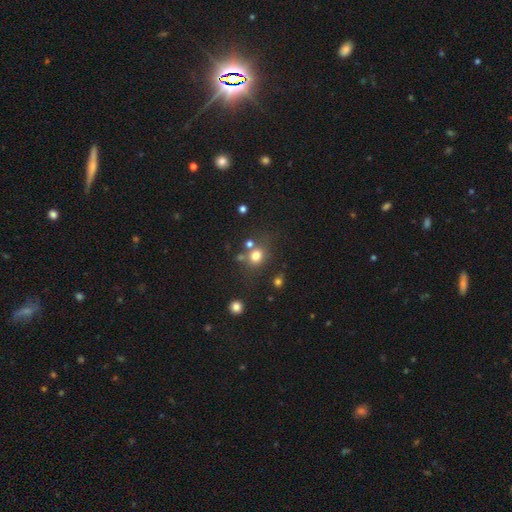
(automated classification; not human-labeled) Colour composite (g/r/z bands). It shows a smooth galaxy with no disk features (75%) that is round (73%). Merging: none (64%).